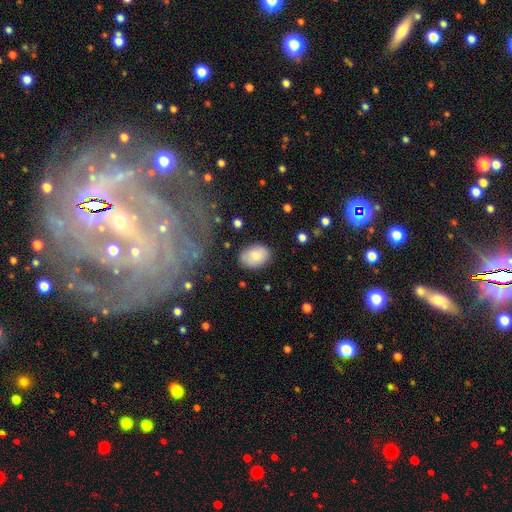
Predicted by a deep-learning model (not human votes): smooth 83%, featured or disk 10%, star or artifact 7%. Down the decision tree: how rounded — in between (82%); merging — none (81%).